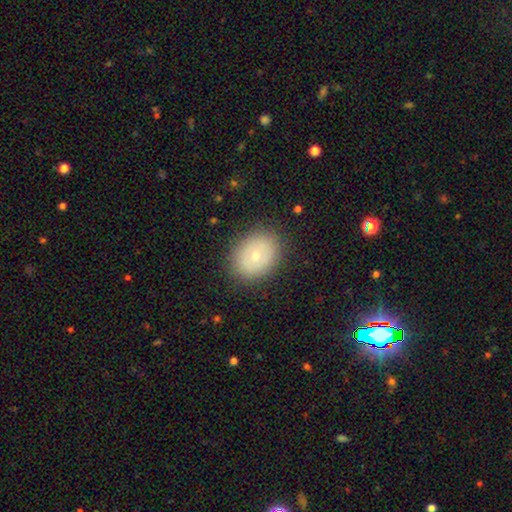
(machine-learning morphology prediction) Overall: smooth (68%). How rounded: in between (55%; round 44%). Merging: none (86%).